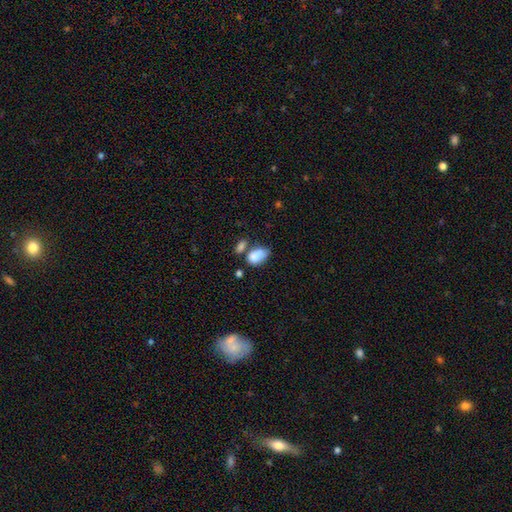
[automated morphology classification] Overall: smooth (84%). How rounded: in between (89%). Merging: none (34%, tied with merger).